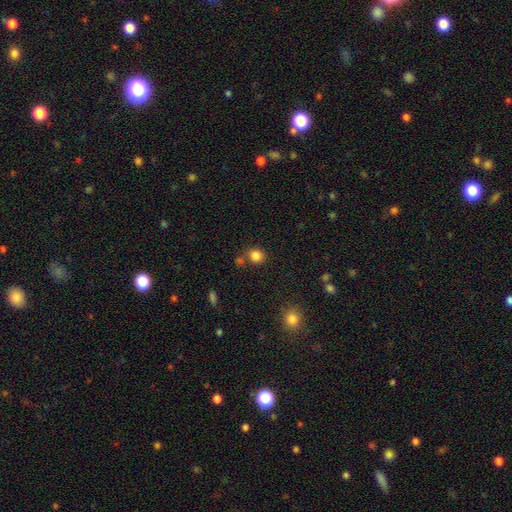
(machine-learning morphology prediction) smooth 83%, star or artifact 12%, featured or disk 5%. Down the decision tree: how rounded — round (81%); merging — none (72%).